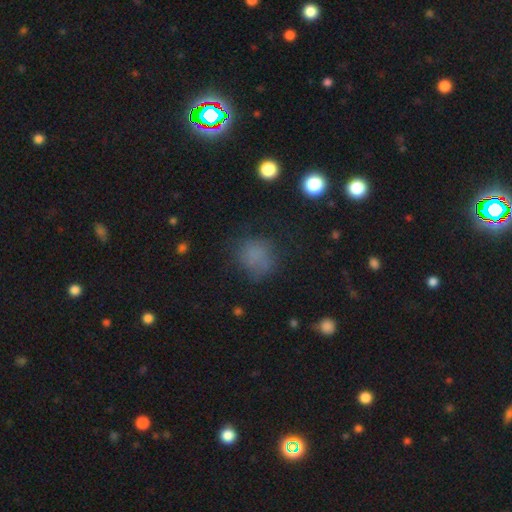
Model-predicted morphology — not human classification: This is likely a smooth galaxy (72%). How rounded: likely round (76%). Merging: likely none (66%).